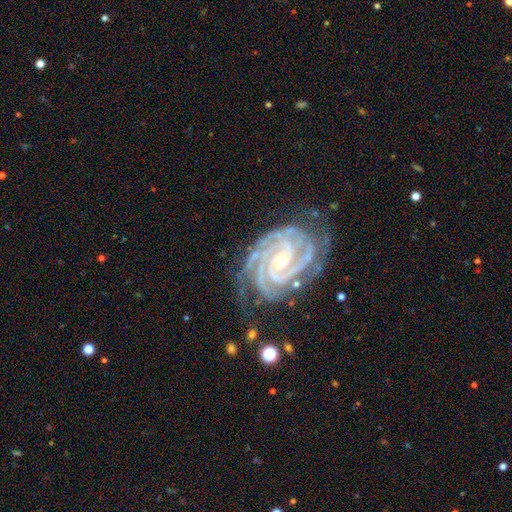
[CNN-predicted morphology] smooth_or_featured: featured or disk (p=0.94) [alt: star or artifact p=0.04]
disk_edge_on: no (p=0.98) [alt: yes p=0.02]
bar: no (p=0.52) [alt: weak p=0.30]
has_spiral_arms: yes (p=0.99) [alt: no p=0.01]
spiral_winding: tight (p=0.81) [alt: medium p=0.18]
spiral_arm_count: 3 (p=0.34) [alt: 4 p=0.29]
bulge_size: small (p=0.63) [alt: moderate p=0.34]
merging: none (p=0.70) [alt: minor disturbance p=0.21]